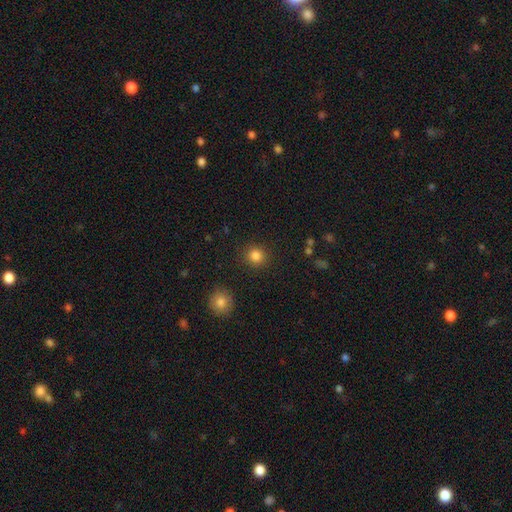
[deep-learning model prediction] Smooth or featured: smooth — 85% (star or artifact — 11%)
How rounded: round — 91% (in between — 8%)
Merging: none — 90% (minor disturbance — 6%)